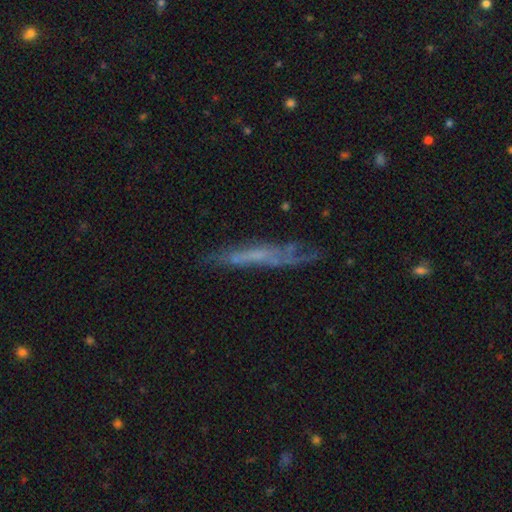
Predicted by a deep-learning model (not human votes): Q: Smooth or featured?
A: featured or disk (52%); runner-up: smooth (36%)
Q: Edge-on disk?
A: yes (69%); runner-up: no (31%)
Q: Merging?
A: none (63%); runner-up: minor disturbance (23%)